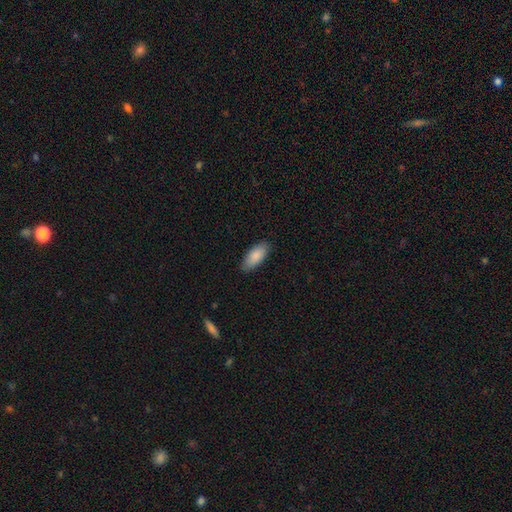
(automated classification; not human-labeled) Smooth or featured? Predicted: smooth (p=0.88). How rounded? Predicted: in between (p=0.85). Merging? Predicted: none (p=0.86).